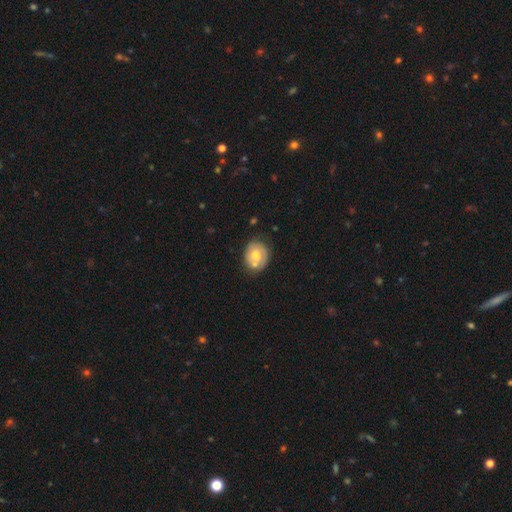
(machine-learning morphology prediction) A smooth galaxy with no disk features (47%). Merging: none (59%).